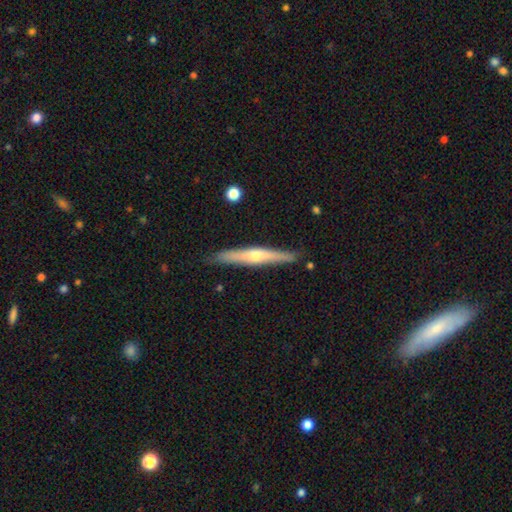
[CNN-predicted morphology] Q: Smooth or featured?
A: featured or disk (63%); runner-up: smooth (31%)
Q: Edge-on disk?
A: yes (96%); runner-up: no (4%)
Q: Edge-on bulge?
A: rounded (82%); runner-up: none (14%)
Q: Merging?
A: none (88%); runner-up: minor disturbance (9%)